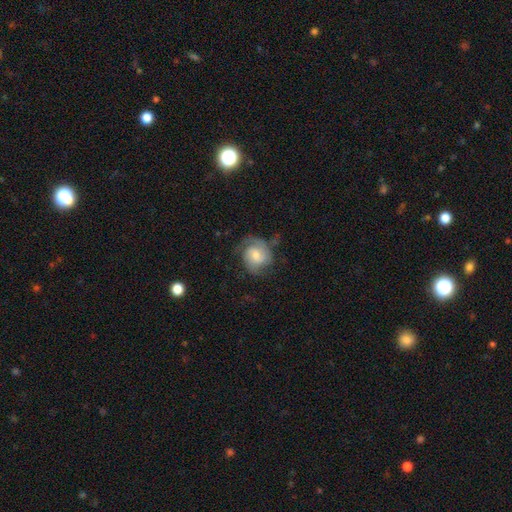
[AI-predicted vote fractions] smooth-or-featured: featured or disk: 74% | smooth: 19% | star or artifact: 8%
  disk-edge-on: no: 98% | yes: 2%
    bar: no: 59% | weak: 35% | strong: 6%
    has-spiral-arms: yes: 94% | no: 6%
      spiral-winding: tight: 47% | medium: 39% | loose: 13%
      spiral-arm-count: 2: 56% | can't tell: 17% | 3: 11% | 1: 10% | 4: 3% | more than 4: 2%
    bulge-size: moderate: 50% | small: 38% | large: 7% | none: 4% | dominant: 1%
  merging: none: 64% | minor disturbance: 21% | major disturbance: 13% | merger: 2%